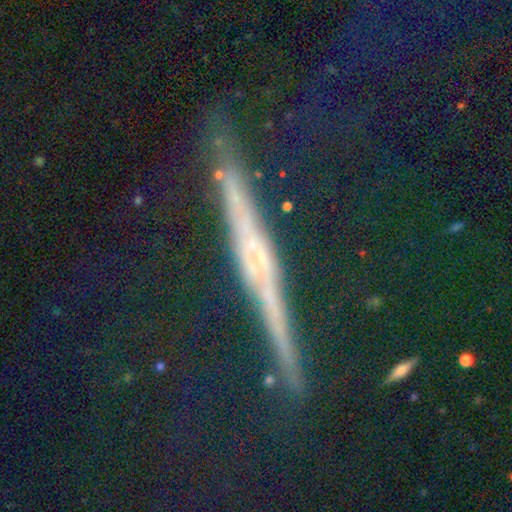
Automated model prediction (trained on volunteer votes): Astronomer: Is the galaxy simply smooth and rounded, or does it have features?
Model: star or artifact — 44% (runner-up: featured or disk, 34%).